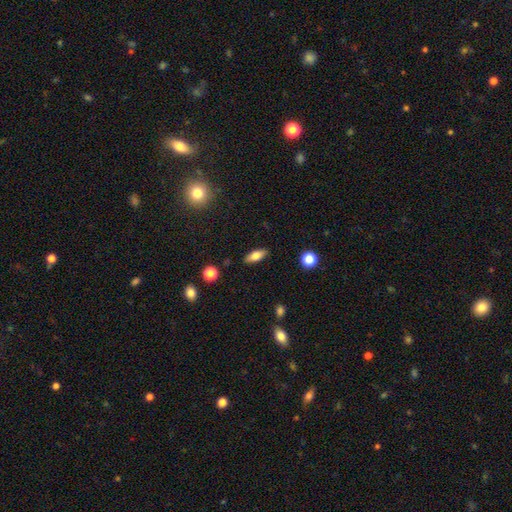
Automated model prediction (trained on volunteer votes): A smooth galaxy with no disk features (68%) that is in between round and cigar-shaped (71%).

Vote fractions:
- Smooth or featured? smooth: 68% / featured or disk: 24% / star or artifact: 8%
- How rounded? in between: 71% / cigar-shaped: 25% / round: 4%
- Merging? none: 87% / minor disturbance: 9% / major disturbance: 2% / merger: 1%